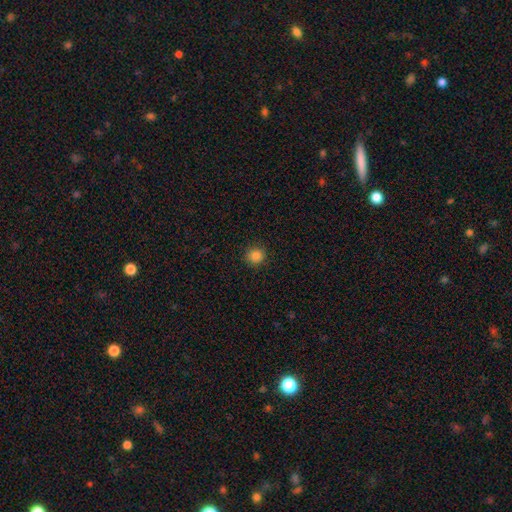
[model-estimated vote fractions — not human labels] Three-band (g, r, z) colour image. It shows a smooth galaxy with no disk features (84%) that is round (92%). Merging: none (91%).